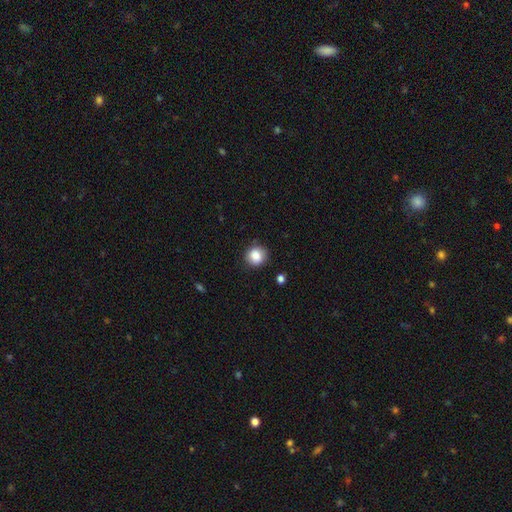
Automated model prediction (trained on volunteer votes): Smooth or featured? smooth (86%)
How rounded? round (85%)
Merging? none (85%)